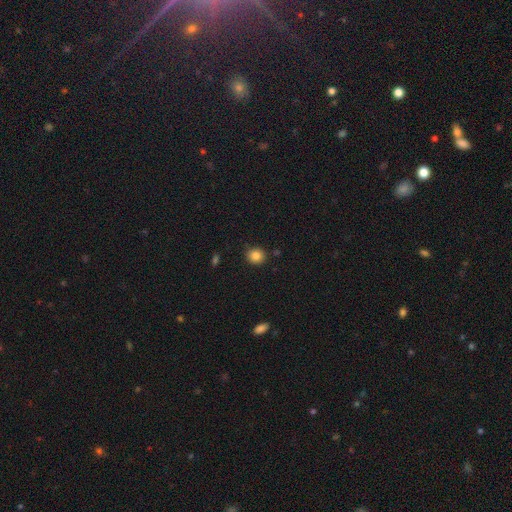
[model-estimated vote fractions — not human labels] smooth-or-featured: smooth: 85% | star or artifact: 10% | featured or disk: 5%
  how-rounded: round: 81% | in between: 18% | cigar-shaped: 1%
  merging: none: 86% | minor disturbance: 9% | major disturbance: 2% | merger: 2%